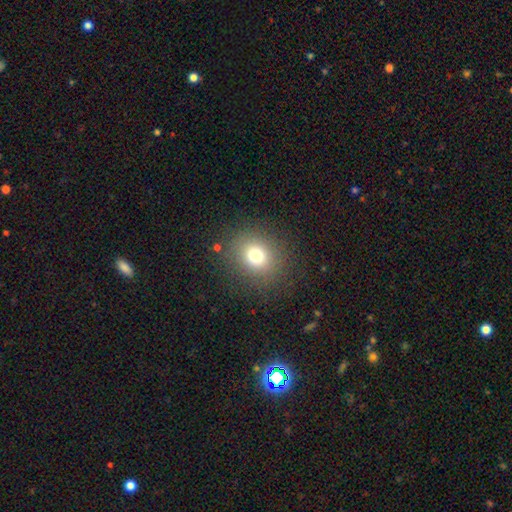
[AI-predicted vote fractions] Smooth or featured: smooth — 75% (star or artifact — 15%)
How rounded: round — 78% (in between — 21%)
Merging: none — 85% (minor disturbance — 8%)